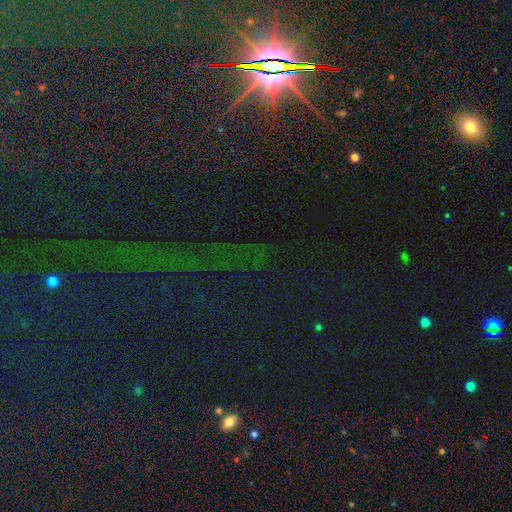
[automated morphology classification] smooth_or_featured: star or artifact (p=0.84) [alt: smooth p=0.09]